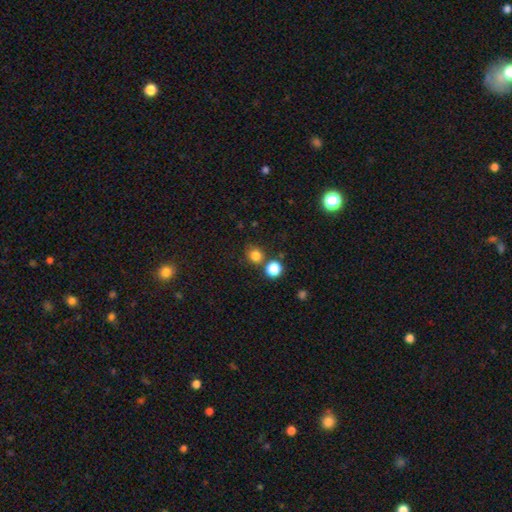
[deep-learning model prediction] Overall: smooth (80%). How rounded: round (87%). Merging: none (73%).